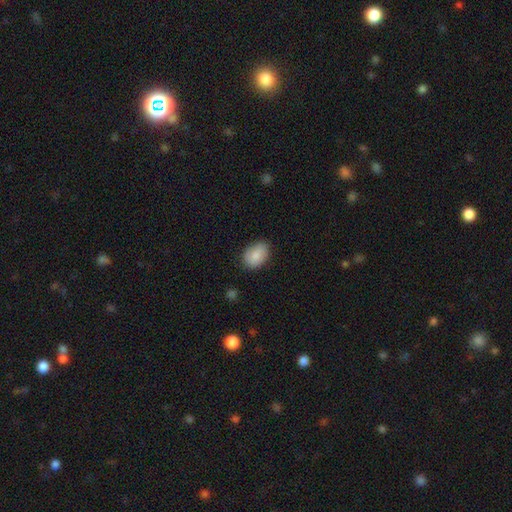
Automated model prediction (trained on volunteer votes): A smooth galaxy with no disk features (82%) that is in between round and cigar-shaped (80%).

Vote fractions:
- Smooth or featured? smooth: 82% / featured or disk: 11% / star or artifact: 7%
- How rounded? in between: 80% / round: 19% / cigar-shaped: 1%
- Merging? none: 78% / minor disturbance: 17% / major disturbance: 3% / merger: 1%